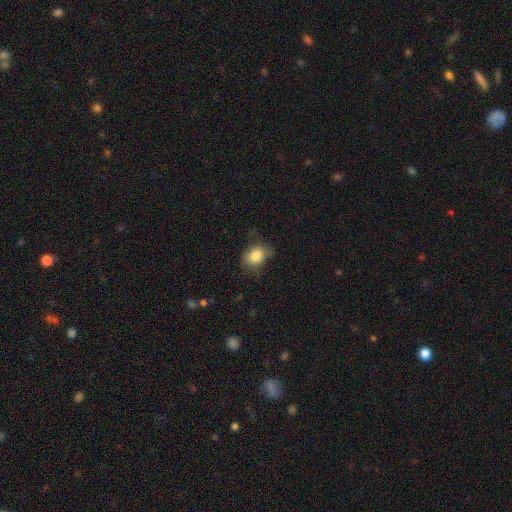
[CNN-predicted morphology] smooth-or-featured: smooth: 82% | featured or disk: 9% | star or artifact: 9%
  how-rounded: in between: 58% | round: 41% | cigar-shaped: 1%
  merging: none: 55% | minor disturbance: 31% | major disturbance: 12% | merger: 2%